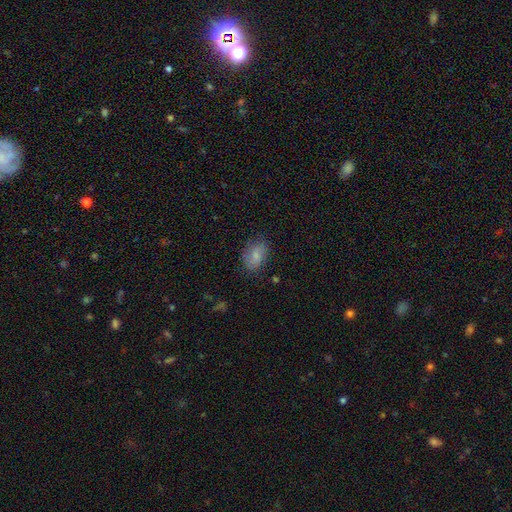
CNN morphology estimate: smooth_or_featured: smooth (p=0.71) [alt: featured or disk p=0.20]
how_rounded: in between (p=0.80) [alt: round p=0.19]
merging: none (p=0.73) [alt: minor disturbance p=0.20]